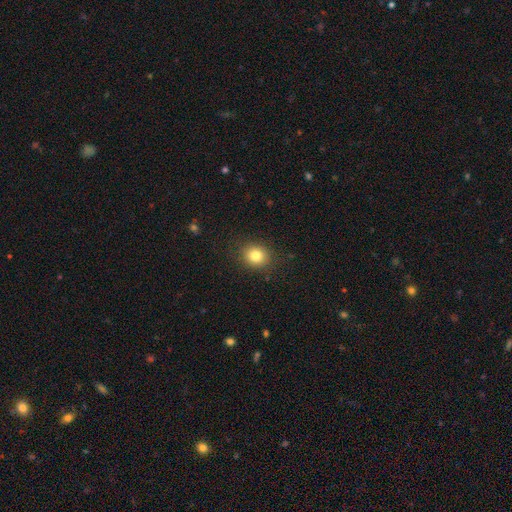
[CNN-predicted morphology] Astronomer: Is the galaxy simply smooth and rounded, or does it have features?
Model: smooth — 81%.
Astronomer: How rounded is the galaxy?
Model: round — 75%.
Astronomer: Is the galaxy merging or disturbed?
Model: none — 88%.